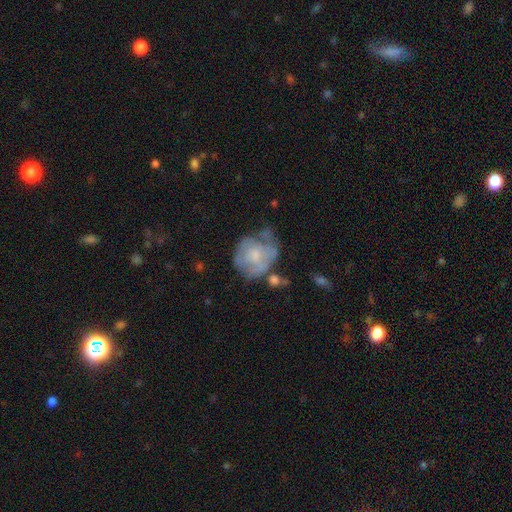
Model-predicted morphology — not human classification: A featured or disk galaxy (52%) with no bar (80%), no spiral arms (60%) and a moderate central bulge (38%). Merging: none (36%).